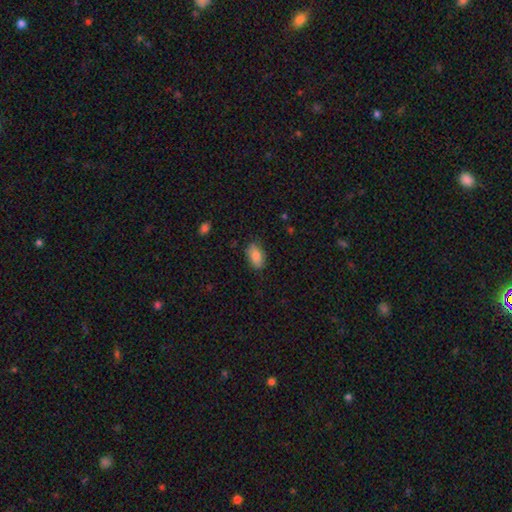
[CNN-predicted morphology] A smooth galaxy with no disk features (83%) that is in between round and cigar-shaped (91%).

Vote fractions:
- Smooth or featured? smooth: 83% / featured or disk: 10% / star or artifact: 7%
- How rounded? in between: 91% / round: 6% / cigar-shaped: 3%
- Merging? none: 80% / minor disturbance: 15% / major disturbance: 3% / merger: 1%